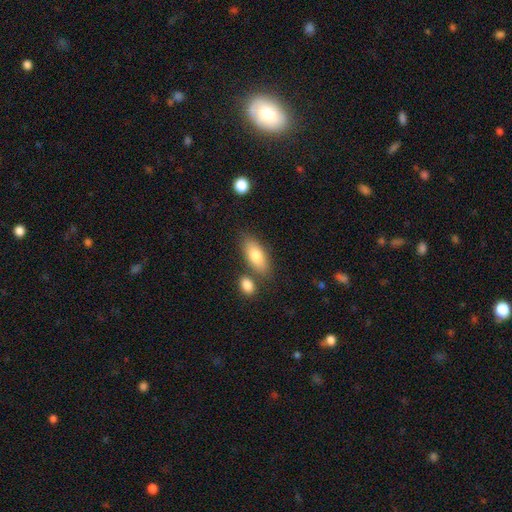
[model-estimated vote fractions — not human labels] Smooth or featured? Predicted: smooth (p=0.78). How rounded? Predicted: in between (p=0.84). Merging? Predicted: none (p=0.70).